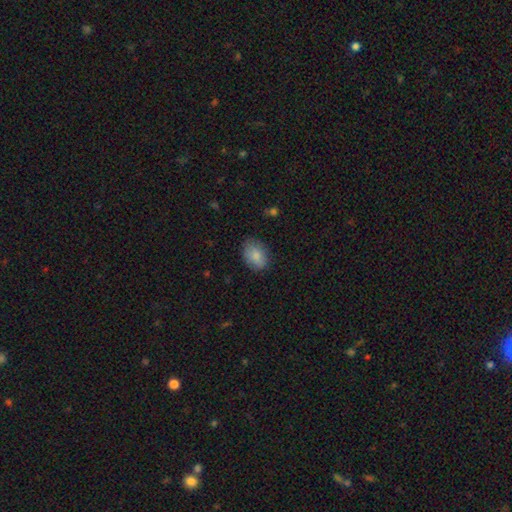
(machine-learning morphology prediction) This appears to be a smooth galaxy with no disk features (83%) that is in between round and cigar-shaped (84%). Merging: none (78%).